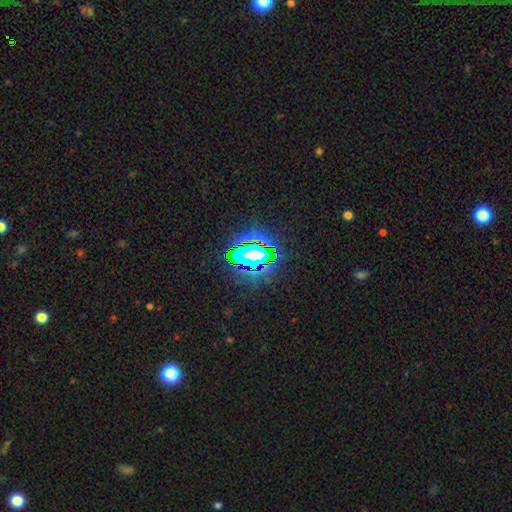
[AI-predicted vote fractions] Q: Smooth or featured?
A: star or artifact (73%); runner-up: smooth (14%)